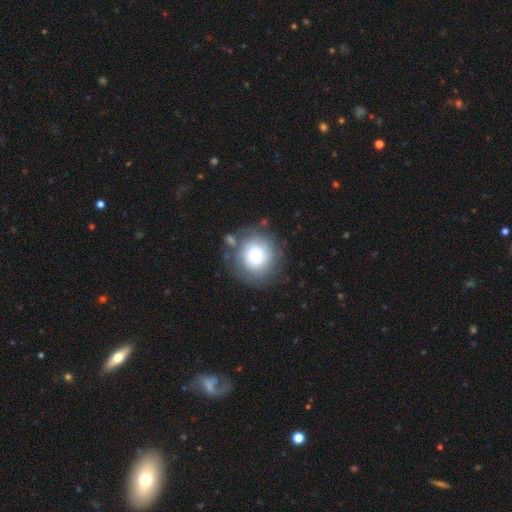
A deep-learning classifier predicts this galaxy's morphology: Overall: smooth (61%; featured or disk 31%). How rounded: round (90%). Merging: none (74%).